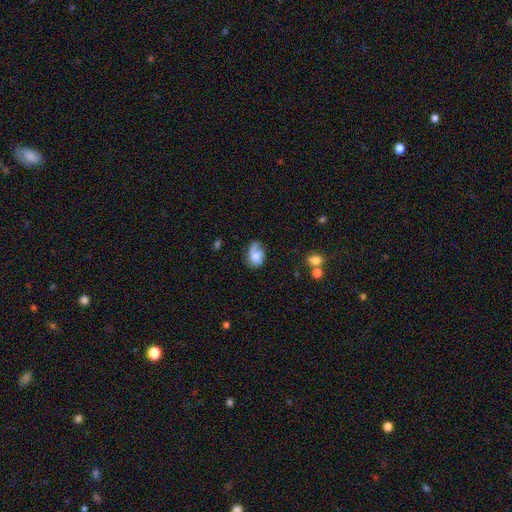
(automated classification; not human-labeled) Smooth or featured?
  - smooth: 55% *
  - featured or disk: 36%
  - star or artifact: 9%
How rounded?
  - in between: 73% *
  - round: 26%
  - cigar-shaped: 1%
Merging?
  - none: 46% *
  - minor disturbance: 33%
  - major disturbance: 18%
  - merger: 4%